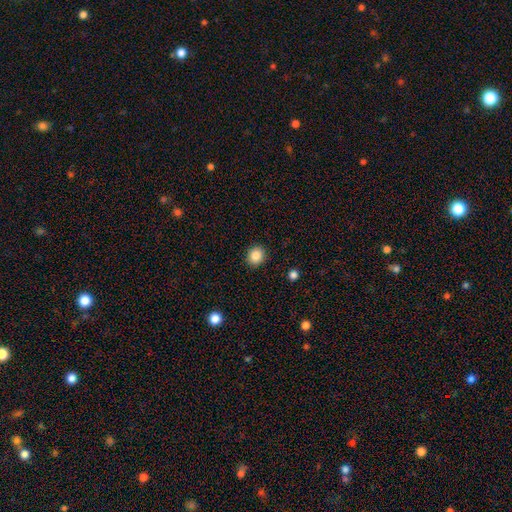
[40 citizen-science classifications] Overall: smooth (88%). How rounded: round (83%). Merging: none (92%).